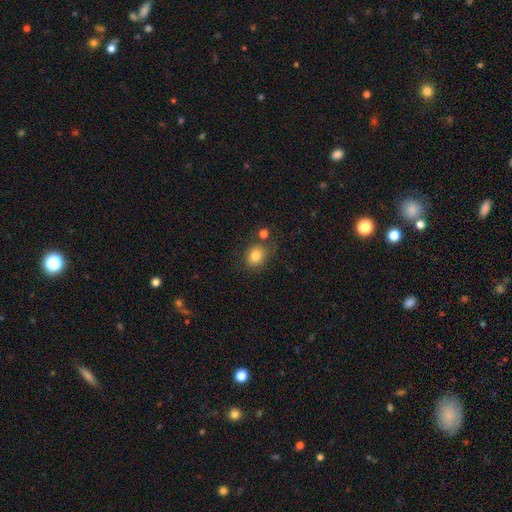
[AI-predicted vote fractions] Overall: smooth (83%). How rounded: round (62%; in between 37%). Merging: none (68%).